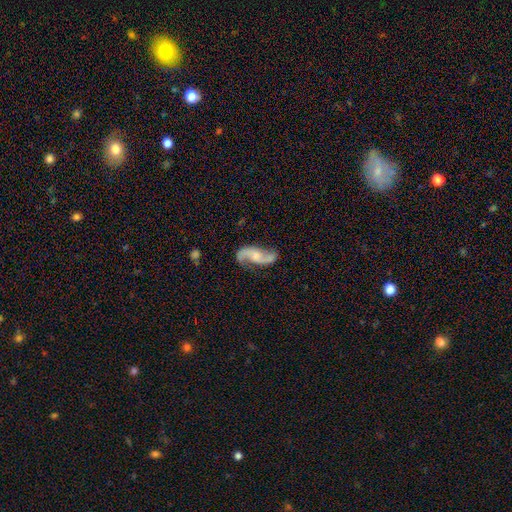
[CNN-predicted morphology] A featured or disk galaxy (86%) with no bar (57%), 2 (93%) loose (71%) spiral arms (96%) and a small central bulge (40%).

Vote fractions:
- Smooth or featured? featured or disk: 86% / smooth: 10% / star or artifact: 5%
- Edge-on disk? no: 96% / yes: 4%
- Bar? no: 57% / weak: 34% / strong: 10%
- Spiral arms? yes: 96% / no: 4%
- Spiral winding? loose: 71% / medium: 24% / tight: 6%
- Spiral arm count? 2: 93% / 1: 2% / can't tell: 2% / 3: 1% / 4: 1% / more than 4: 1%
- Bulge size? small: 40% / moderate: 36% / none: 17% / large: 5% / dominant: 1%
- Merging? none: 75% / minor disturbance: 16% / major disturbance: 7% / merger: 2%